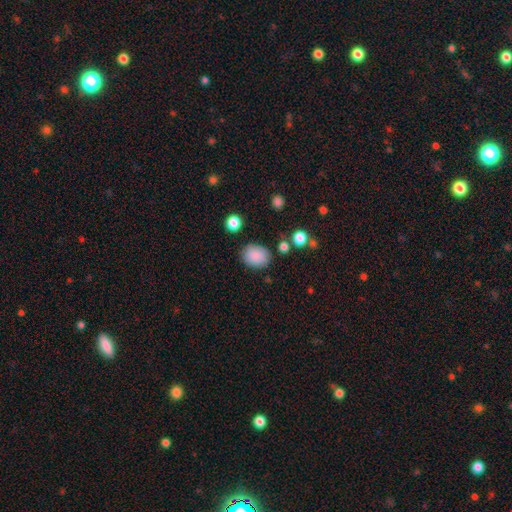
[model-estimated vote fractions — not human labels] The model was most divided on "how rounded": in between: 55%, round: 45%, cigar-shaped: 1%. More confident: smooth or featured — smooth (87%); merging — none (81%).